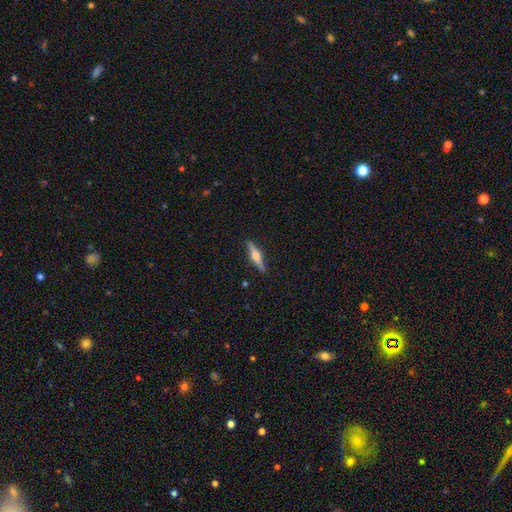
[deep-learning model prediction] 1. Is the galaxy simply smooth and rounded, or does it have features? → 67% featured or disk, 27% smooth, 6% star or artifact.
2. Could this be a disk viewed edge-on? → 98% yes, 2% no.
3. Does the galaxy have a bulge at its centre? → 92% rounded, 5% boxy, 3% none.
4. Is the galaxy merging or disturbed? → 90% none, 7% minor disturbance, 2% major disturbance, 1% merger.